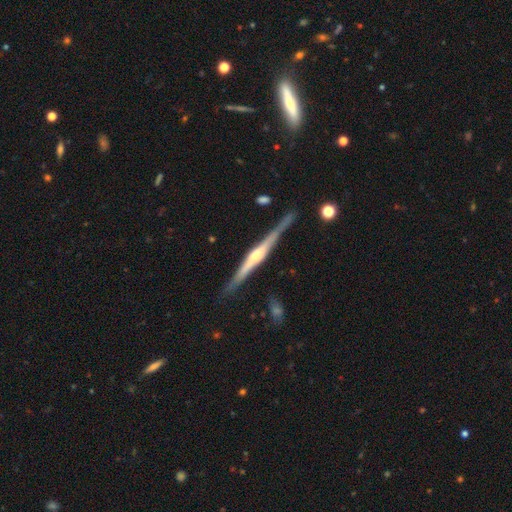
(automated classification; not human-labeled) smooth-or-featured: featured or disk: 79% | smooth: 15% | star or artifact: 5%
  disk-edge-on: yes: 98% | no: 2%
    edge-on-bulge: rounded: 78% | boxy: 12% | none: 10%
  merging: none: 85% | minor disturbance: 11% | major disturbance: 2% | merger: 2%